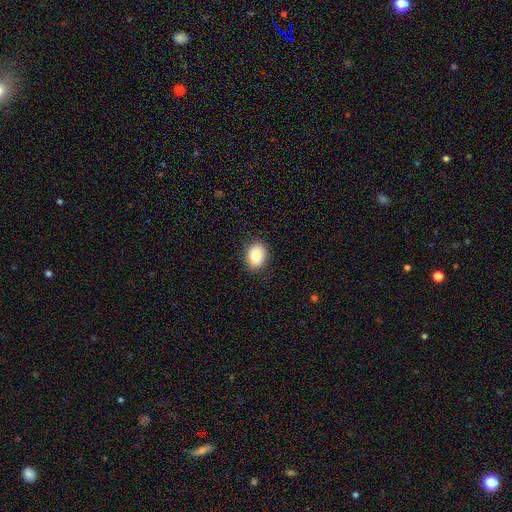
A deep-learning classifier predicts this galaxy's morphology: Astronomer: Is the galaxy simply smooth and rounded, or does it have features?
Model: smooth — 88%.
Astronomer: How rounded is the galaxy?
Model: in between — 68%.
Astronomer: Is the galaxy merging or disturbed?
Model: none — 87%.